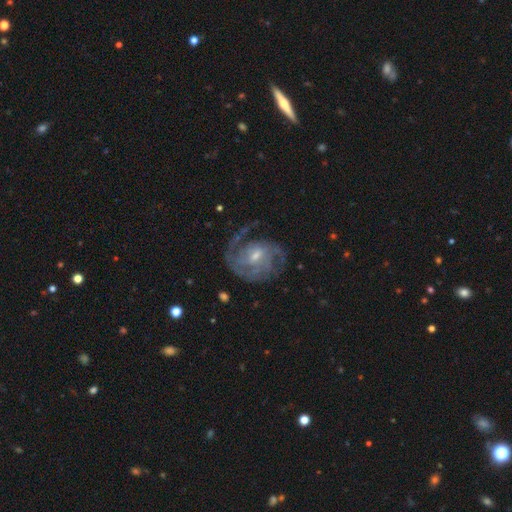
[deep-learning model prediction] smooth_or_featured: featured or disk (p=0.89) [alt: smooth p=0.06]
disk_edge_on: no (p=0.98) [alt: yes p=0.02]
bar: weak (p=0.53) [alt: no p=0.33]
has_spiral_arms: yes (p=0.97) [alt: no p=0.03]
spiral_winding: tight (p=0.52) [alt: medium p=0.38]
spiral_arm_count: 2 (p=0.35) [alt: 3 p=0.24]
bulge_size: small (p=0.54) [alt: moderate p=0.40]
merging: none (p=0.67) [alt: minor disturbance p=0.17]